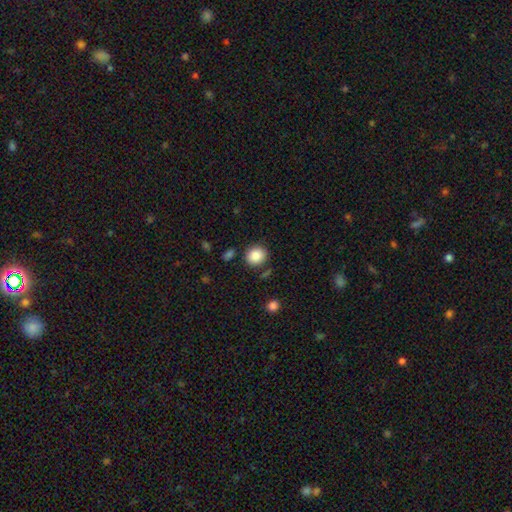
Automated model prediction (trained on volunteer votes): Smooth or featured: smooth — 87% (star or artifact — 9%)
How rounded: round — 84% (in between — 15%)
Merging: none — 82% (minor disturbance — 10%)